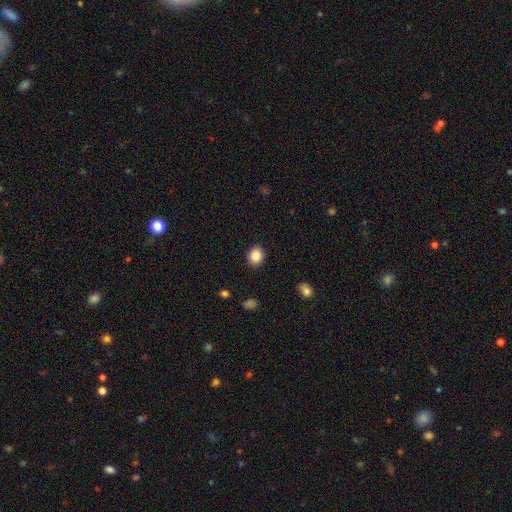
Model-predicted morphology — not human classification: A smooth galaxy with no disk features (86%) that is round (74%). Merging: none (91%).